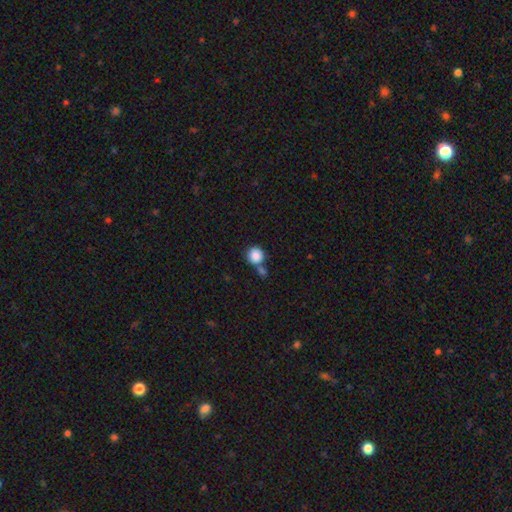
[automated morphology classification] smooth_or_featured: smooth (p=0.87) [alt: star or artifact p=0.08]
how_rounded: round (p=0.91) [alt: in between p=0.08]
merging: none (p=0.55) [alt: merger p=0.30]